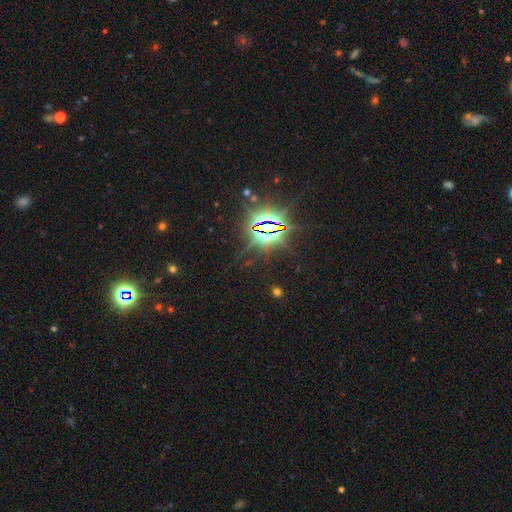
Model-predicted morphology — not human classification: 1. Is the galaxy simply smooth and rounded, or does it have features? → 84% star or artifact, 10% smooth, 7% featured or disk.